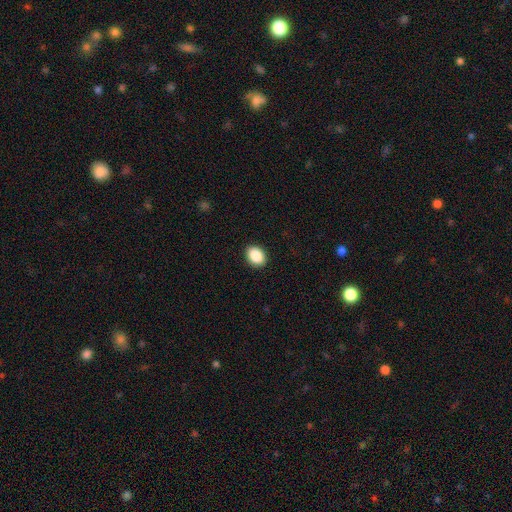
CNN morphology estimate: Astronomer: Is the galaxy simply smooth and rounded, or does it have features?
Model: smooth — 89%.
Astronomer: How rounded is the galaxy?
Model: in between — 65%.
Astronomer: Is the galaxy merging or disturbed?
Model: none — 90%.